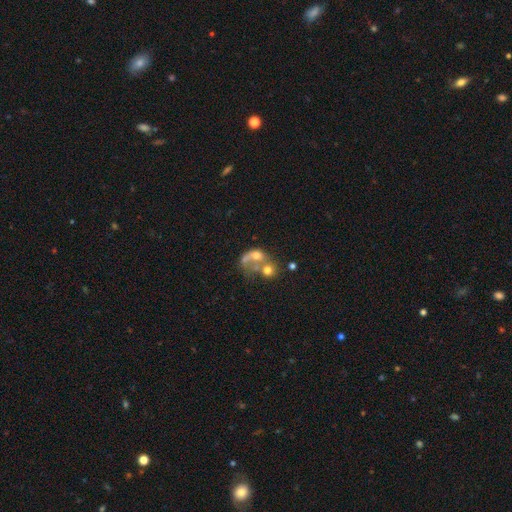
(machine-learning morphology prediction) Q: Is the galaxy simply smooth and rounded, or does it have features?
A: smooth — 47%.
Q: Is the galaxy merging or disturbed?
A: merger — 59%.